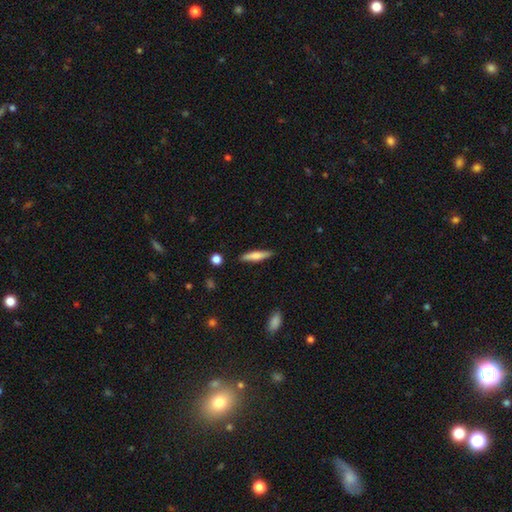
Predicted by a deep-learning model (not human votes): smooth-or-featured: smooth: 66% | featured or disk: 28% | star or artifact: 6%
  how-rounded: cigar-shaped: 82% | in between: 16% | round: 2%
  merging: none: 87% | minor disturbance: 9% | major disturbance: 2% | merger: 2%